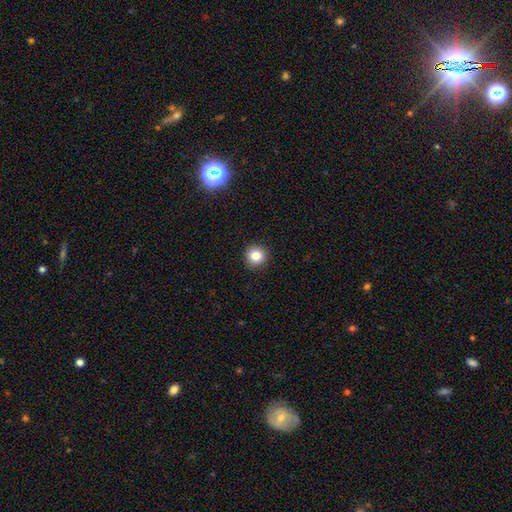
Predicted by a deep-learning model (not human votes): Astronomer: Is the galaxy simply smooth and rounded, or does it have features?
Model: smooth — 83%.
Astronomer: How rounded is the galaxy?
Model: round — 95%.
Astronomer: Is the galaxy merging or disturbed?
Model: none — 92%.